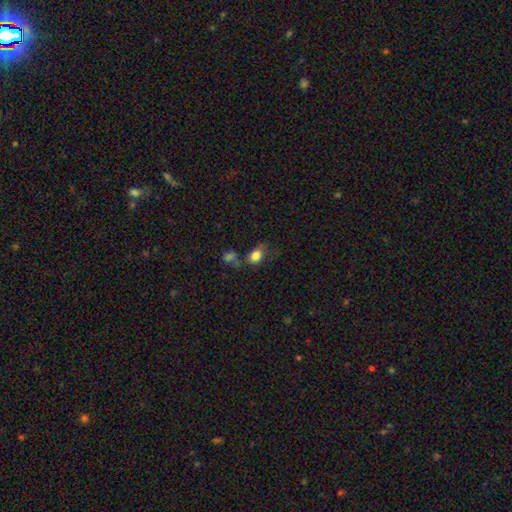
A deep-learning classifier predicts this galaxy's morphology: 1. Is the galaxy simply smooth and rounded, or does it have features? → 82% smooth, 10% star or artifact, 8% featured or disk.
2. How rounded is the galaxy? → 71% in between, 27% round, 2% cigar-shaped.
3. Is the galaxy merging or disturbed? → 46% none, 24% minor disturbance, 18% merger, 12% major disturbance.